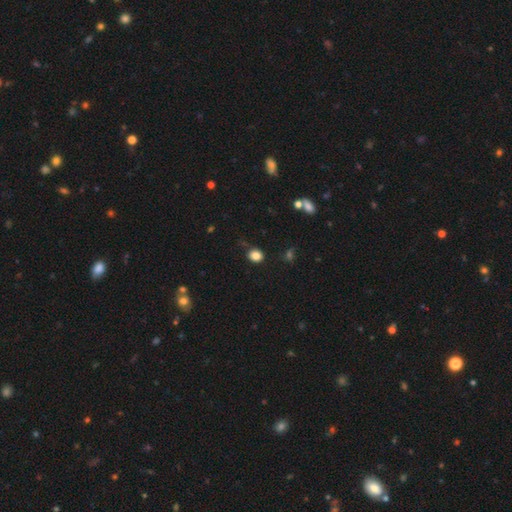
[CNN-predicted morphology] Overall: smooth (84%). How rounded: round (62%; in between 37%). Merging: none (79%).